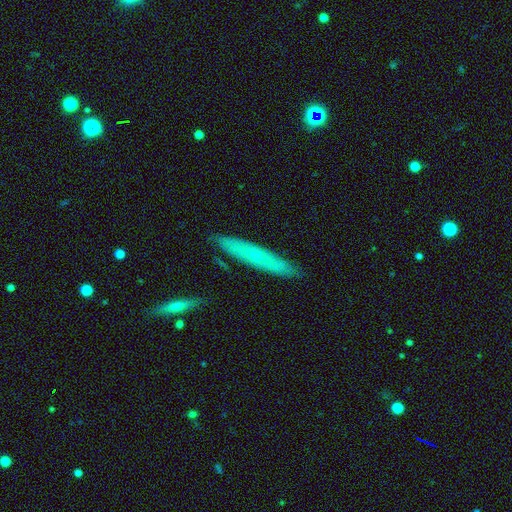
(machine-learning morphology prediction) This appears to be a smooth galaxy with no disk features (52%) that is cigar-shaped (93%). Merging: none (87%).